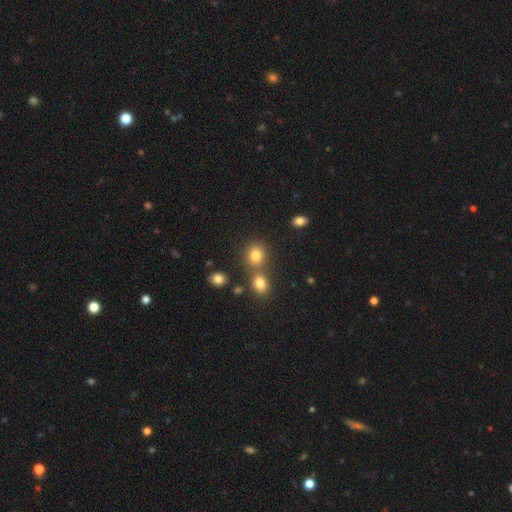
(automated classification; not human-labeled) Smooth or featured? Predicted: smooth (p=0.79). How rounded? Predicted: round (p=0.73). Merging? Predicted: none (p=0.64).